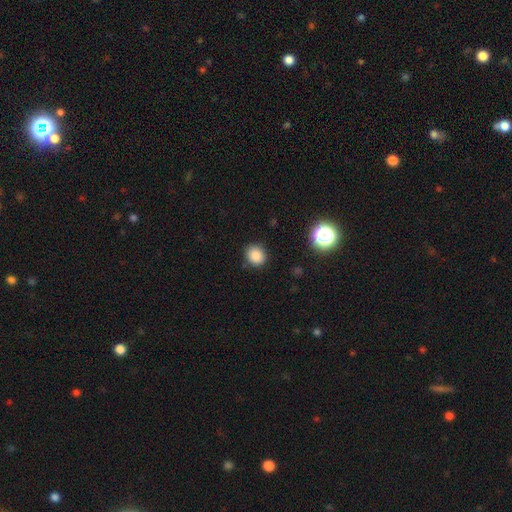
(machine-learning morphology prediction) smooth_or_featured: smooth (p=0.85) [alt: star or artifact p=0.12]
how_rounded: round (p=0.76) [alt: in between p=0.23]
merging: none (p=0.87) [alt: minor disturbance p=0.09]